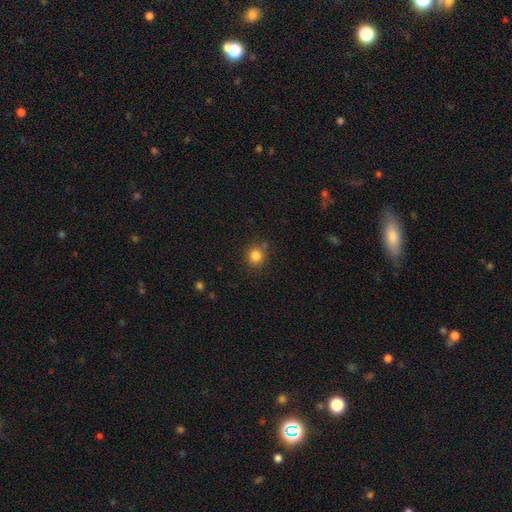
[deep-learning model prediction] smooth 83%, star or artifact 12%, featured or disk 5%. Down the decision tree: how rounded — round (89%); merging — none (80%).